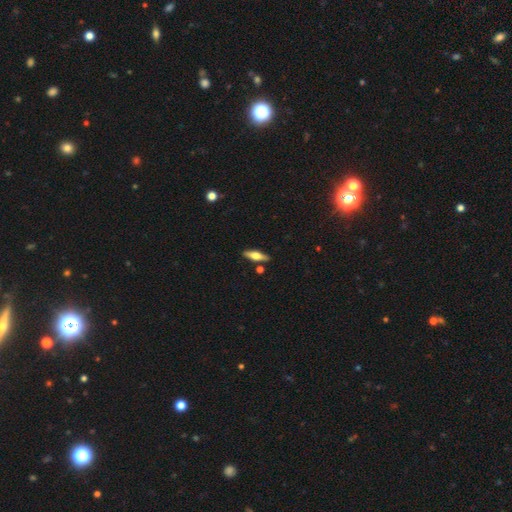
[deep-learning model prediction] A smooth galaxy with no disk features (51%) that is cigar-shaped (52%).

Vote fractions:
- Smooth or featured? smooth: 51% / featured or disk: 43% / star or artifact: 6%
- How rounded? cigar-shaped: 52% / in between: 45% / round: 3%
- Merging? none: 85% / minor disturbance: 10% / merger: 4% / major disturbance: 2%